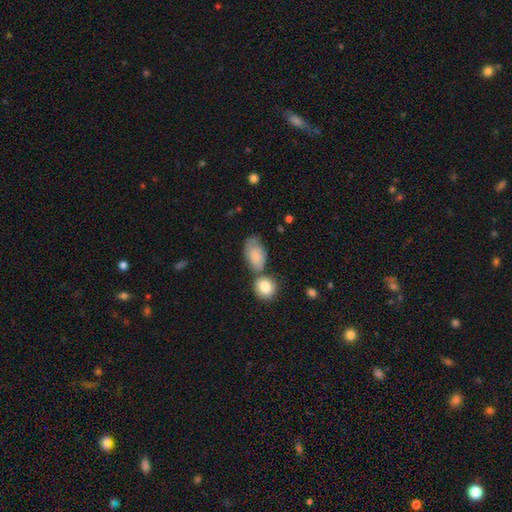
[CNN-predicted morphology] This is likely a smooth galaxy (77%). How rounded: clearly in between (88%). Merging: marginally none (44%).